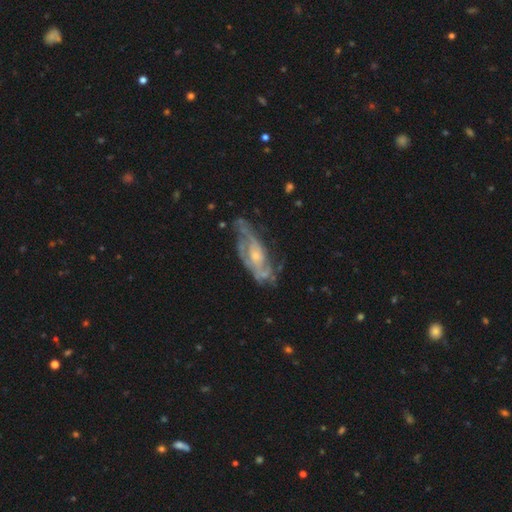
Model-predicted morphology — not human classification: smooth_or_featured: featured or disk (p=0.79) [alt: smooth p=0.15]
disk_edge_on: no (p=0.89) [alt: yes p=0.11]
bar: no (p=0.68) [alt: weak p=0.27]
has_spiral_arms: yes (p=0.81) [alt: no p=0.19]
spiral_winding: medium (p=0.42) [alt: tight p=0.39]
spiral_arm_count: 2 (p=0.40) [alt: can't tell p=0.39]
bulge_size: small (p=0.54) [alt: moderate p=0.36]
merging: none (p=0.53) [alt: minor disturbance p=0.25]